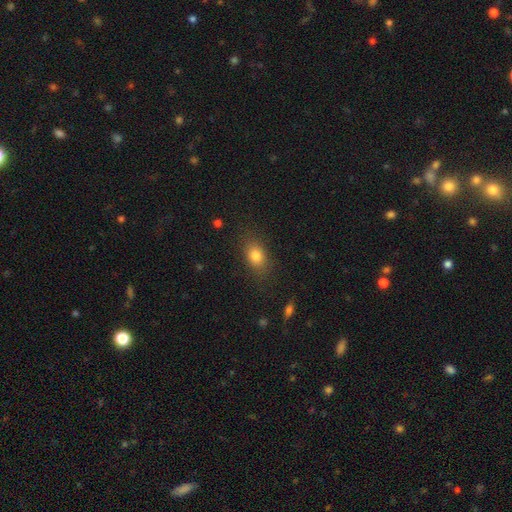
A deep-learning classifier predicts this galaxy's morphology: Q: Smooth or featured?
A: smooth (82%); runner-up: star or artifact (10%)
Q: How rounded?
A: in between (72%); runner-up: round (26%)
Q: Merging?
A: none (80%); runner-up: minor disturbance (14%)